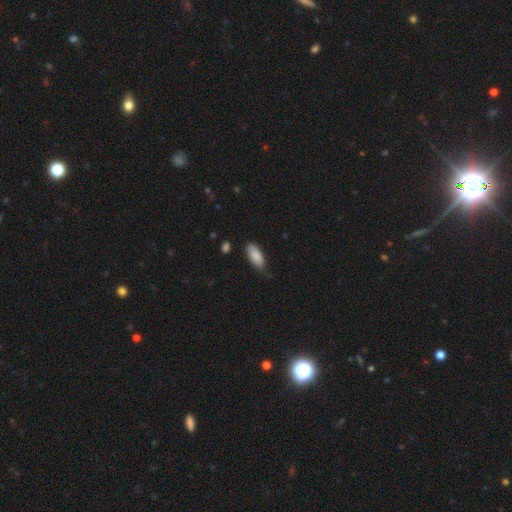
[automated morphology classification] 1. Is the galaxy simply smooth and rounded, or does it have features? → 86% smooth, 8% featured or disk, 7% star or artifact.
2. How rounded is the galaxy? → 84% in between, 15% cigar-shaped, 2% round.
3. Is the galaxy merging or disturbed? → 75% none, 20% minor disturbance, 3% major disturbance, 2% merger.